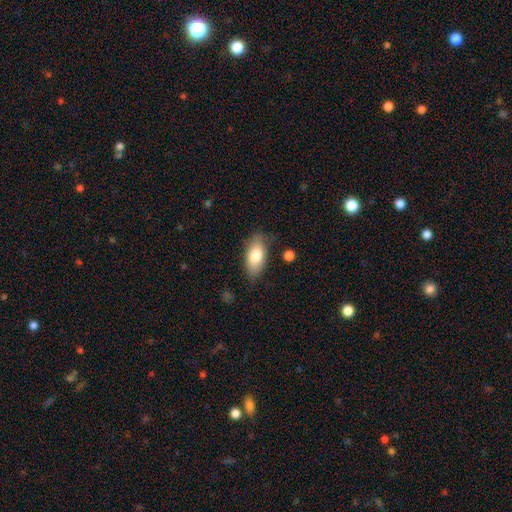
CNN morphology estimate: Overall: smooth (78%). How rounded: in between (90%). Merging: none (76%).